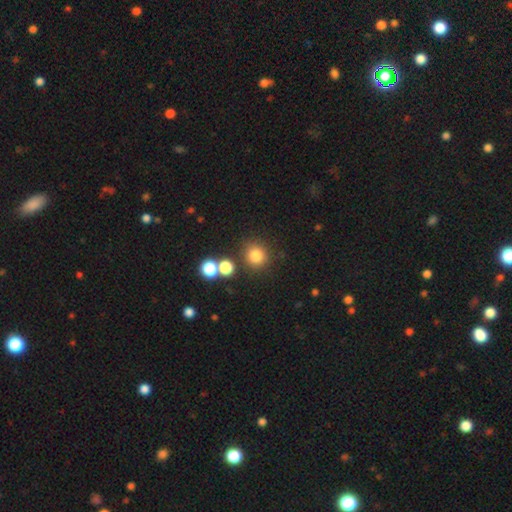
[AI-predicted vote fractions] smooth-or-featured: smooth: 80% | star or artifact: 14% | featured or disk: 6%
  how-rounded: round: 91% | in between: 8% | cigar-shaped: 1%
  merging: none: 81% | minor disturbance: 8% | merger: 8% | major disturbance: 3%